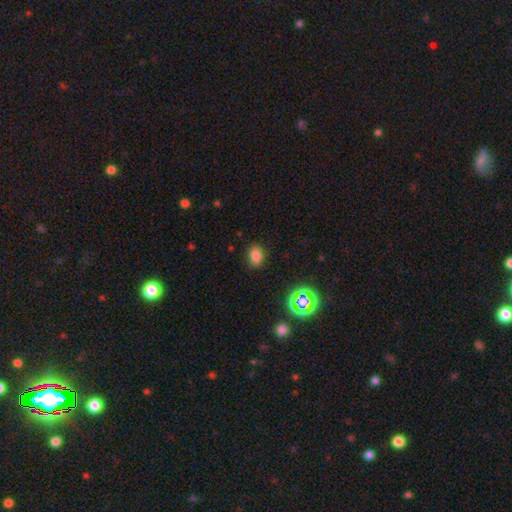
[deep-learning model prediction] Smooth or featured? Predicted: smooth (p=0.78). How rounded? Predicted: in between (p=0.73). Merging? Predicted: none (p=0.85).